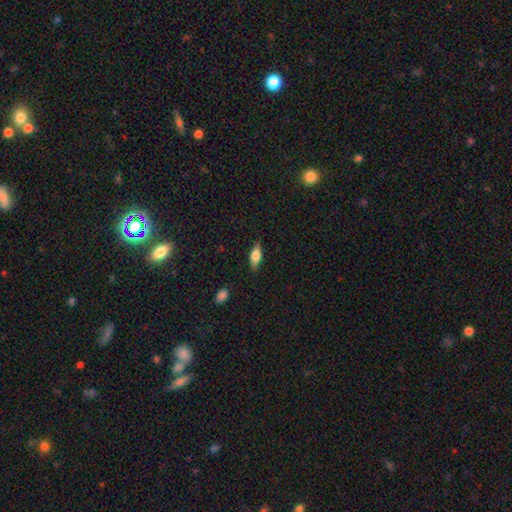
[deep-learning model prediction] This appears to be a smooth galaxy with no disk features (65%) that is in between round and cigar-shaped (73%). Merging: none (84%).